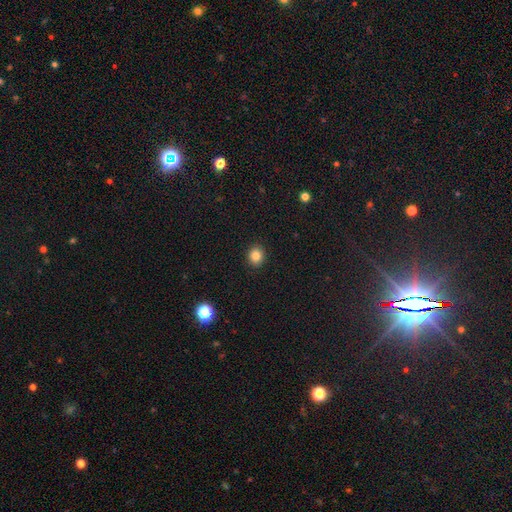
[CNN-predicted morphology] smooth_or_featured: smooth (p=0.84) [alt: star or artifact p=0.11]
how_rounded: round (p=0.78) [alt: in between p=0.21]
merging: none (p=0.92) [alt: minor disturbance p=0.06]